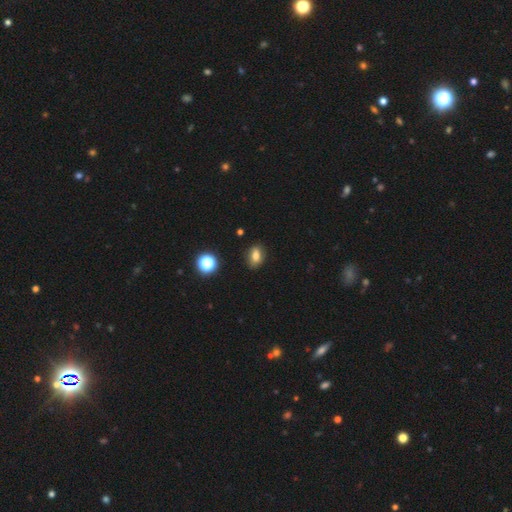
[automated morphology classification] smooth 78%, star or artifact 13%, featured or disk 9%. Down the decision tree: how rounded — in between (78%); merging — none (84%).